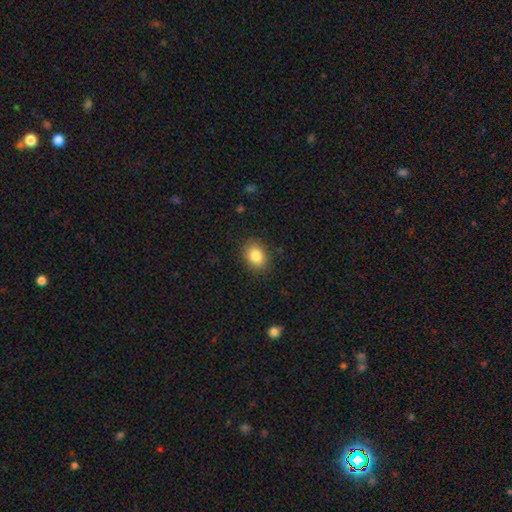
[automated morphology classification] This appears to be a smooth galaxy with no disk features (84%) that is in between round and cigar-shaped (64%). Merging: none (87%).